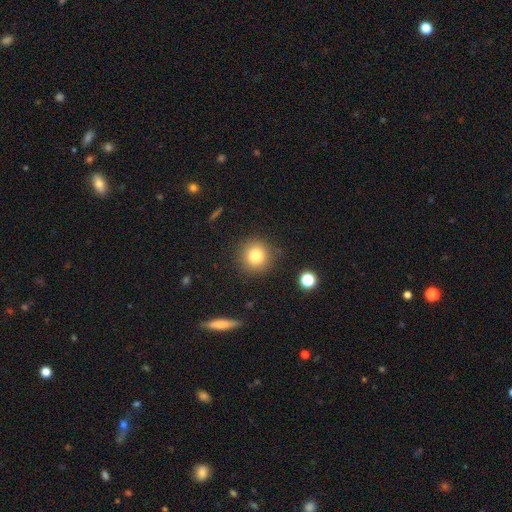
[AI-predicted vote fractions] This is likely a smooth galaxy (80%). How rounded: clearly round (92%). Merging: clearly none (87%).